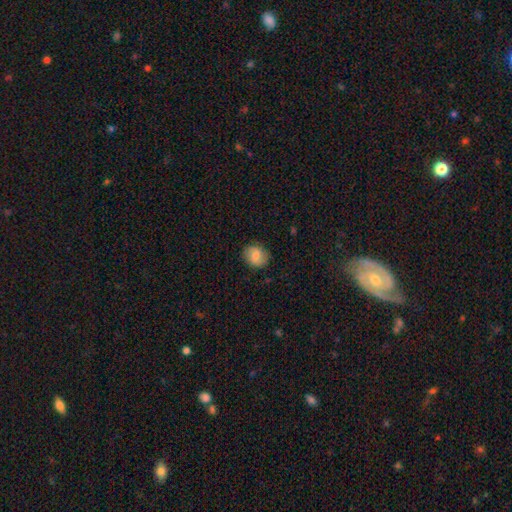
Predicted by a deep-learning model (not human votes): Smooth or featured: smooth — 71% (featured or disk — 20%)
How rounded: round — 70% (in between — 29%)
Merging: none — 82% (minor disturbance — 13%)